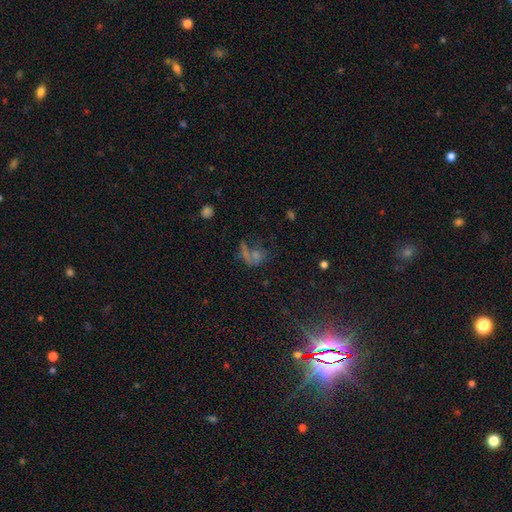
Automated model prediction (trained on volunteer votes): This appears to be a star or artifact, not a galaxy (43%).